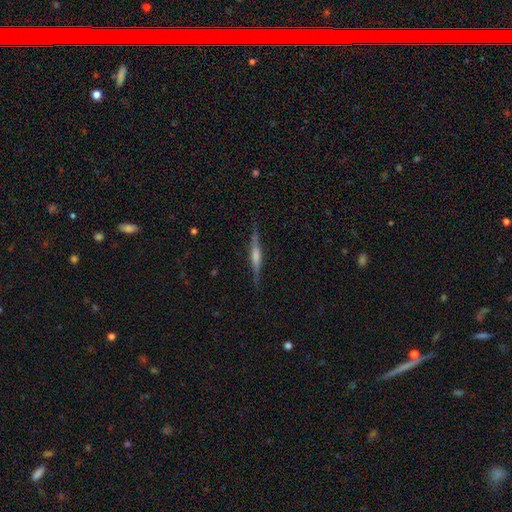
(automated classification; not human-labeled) This appears to be a featured or disk galaxy (75%) viewed edge-on (98%) with a rounded central bulge (54%). Merging: none (88%).